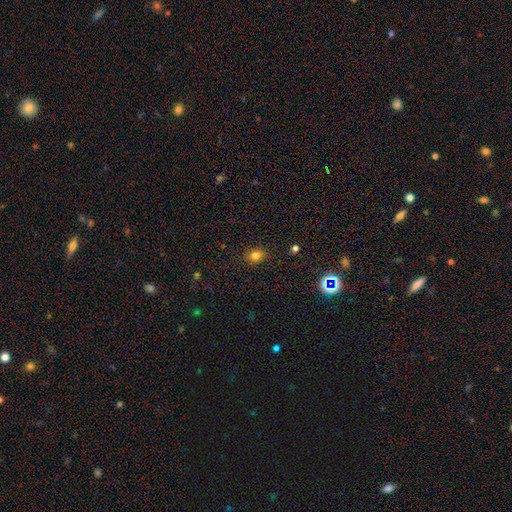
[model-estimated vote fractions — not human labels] Q: Smooth or featured?
A: smooth (78%); runner-up: star or artifact (16%)
Q: How rounded?
A: round (62%); runner-up: in between (37%)
Q: Merging?
A: none (87%); runner-up: minor disturbance (10%)